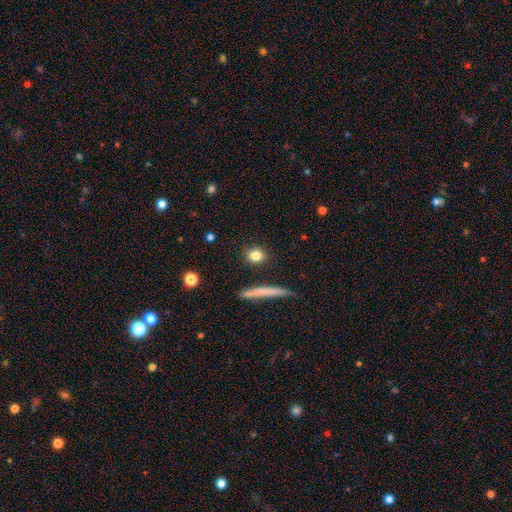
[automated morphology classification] Smooth or featured? smooth (82%)
How rounded? round (70%)
Merging? none (88%)